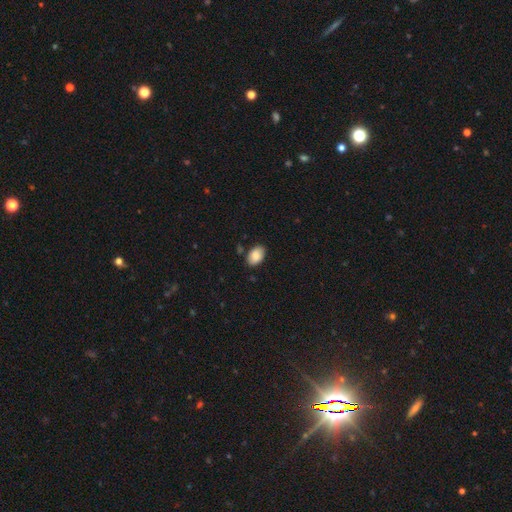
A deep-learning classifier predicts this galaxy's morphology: type=smooth (85%); roundness=in between (91%); merging=none (84%).